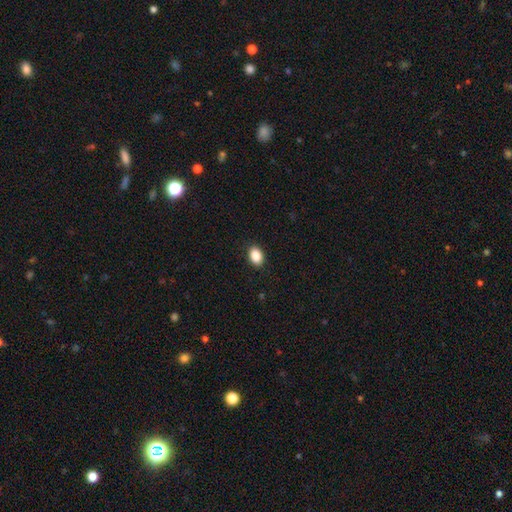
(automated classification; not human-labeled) Smooth or featured? smooth (88%)
How rounded? in between (81%)
Merging? none (90%)